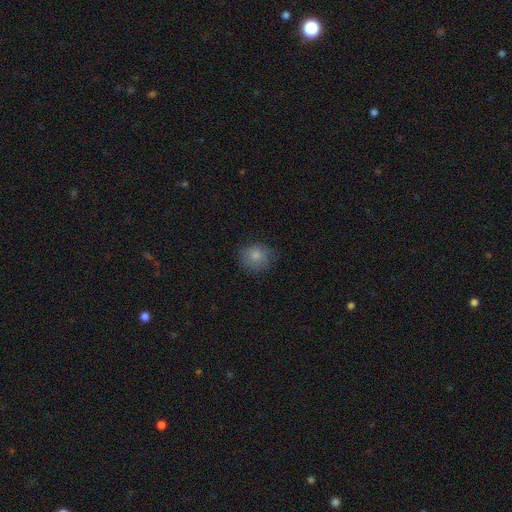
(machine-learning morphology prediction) smooth-or-featured: smooth: 82% | star or artifact: 9% | featured or disk: 9%
  how-rounded: round: 82% | in between: 17% | cigar-shaped: 1%
  merging: none: 77% | minor disturbance: 18% | major disturbance: 4% | merger: 1%